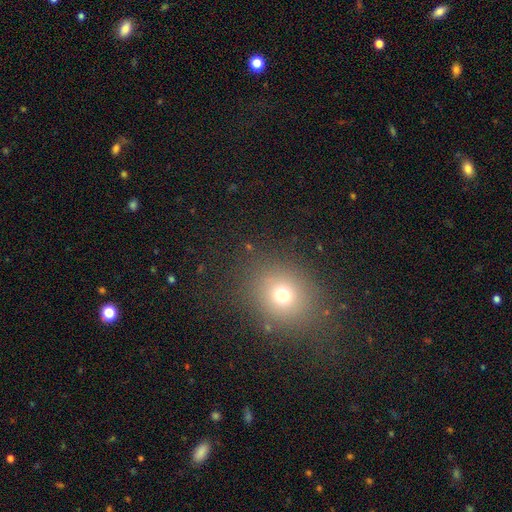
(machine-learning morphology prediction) Smooth or featured? Predicted: smooth (p=0.65). How rounded? Predicted: round (p=0.64). Merging? Predicted: none (p=0.85).